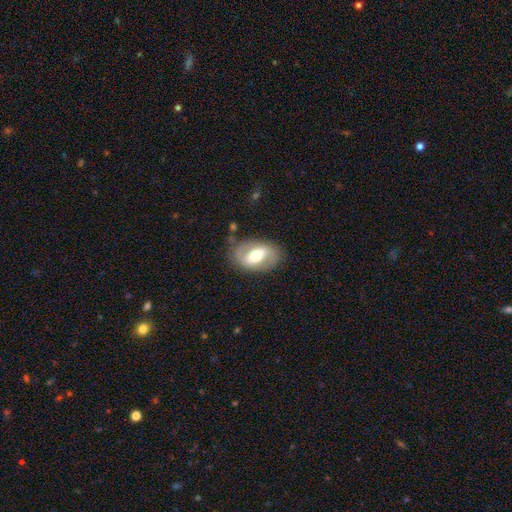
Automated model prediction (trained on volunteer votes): featured or disk 60%, smooth 34%, star or artifact 6%. Down the decision tree: edge-on disk — no (94%); bar — strong (42%); spiral arms — yes (60%); bulge size — moderate (66%); merging — none (76%).